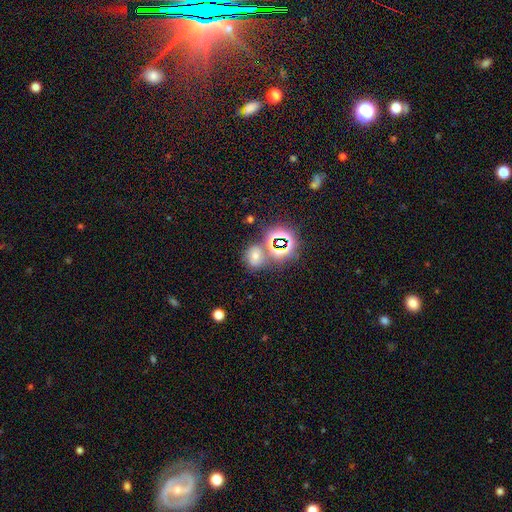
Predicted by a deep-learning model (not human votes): smooth_or_featured: smooth (p=0.52) [alt: star or artifact p=0.37]
how_rounded: round (p=0.65) [alt: in between p=0.34]
merging: none (p=0.62) [alt: merger p=0.19]